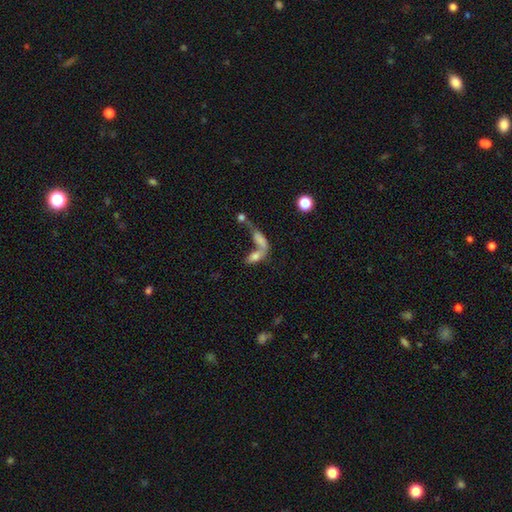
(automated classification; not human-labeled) Smooth or featured?
  - smooth: 58% *
  - featured or disk: 28%
  - star or artifact: 14%
How rounded?
  - in between: 71% *
  - cigar-shaped: 21%
  - round: 8%
Merging?
  - merger: 65% *
  - none: 18%
  - major disturbance: 10%
  - minor disturbance: 7%